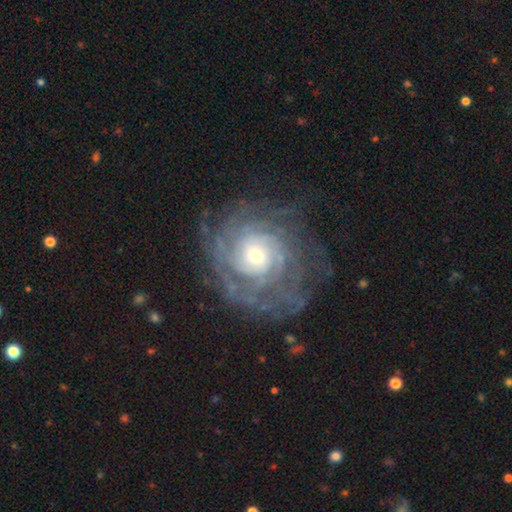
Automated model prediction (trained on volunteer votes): Smooth or featured? Predicted: featured or disk (p=0.85). Edge-on disk? Predicted: no (p=0.97). Bar? Predicted: no (p=0.74). Spiral arms? Predicted: yes (p=0.94). Spiral winding? Predicted: tight (p=0.77). Spiral arm count? Predicted: can't tell (p=0.43). Bulge size? Predicted: moderate (p=0.47). Merging? Predicted: none (p=0.75).